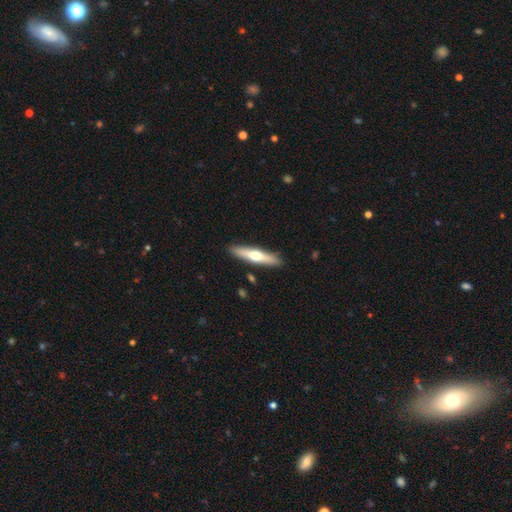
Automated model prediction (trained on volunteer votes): smooth_or_featured: featured or disk (p=0.49) [alt: smooth p=0.46]
merging: none (p=0.90) [alt: minor disturbance p=0.07]